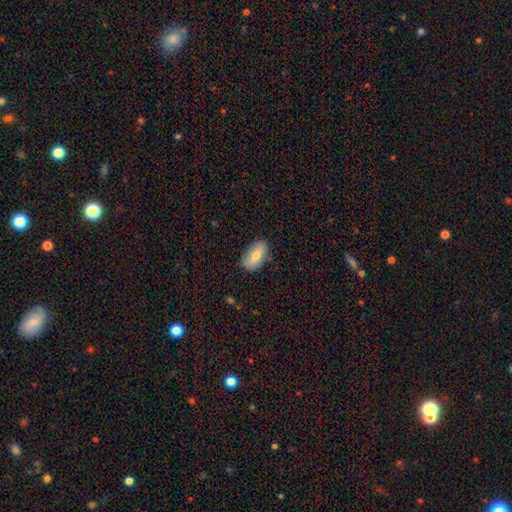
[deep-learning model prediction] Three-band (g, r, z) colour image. It shows a smooth galaxy with no disk features (71%) that is in between round and cigar-shaped (91%). Merging: none (79%).